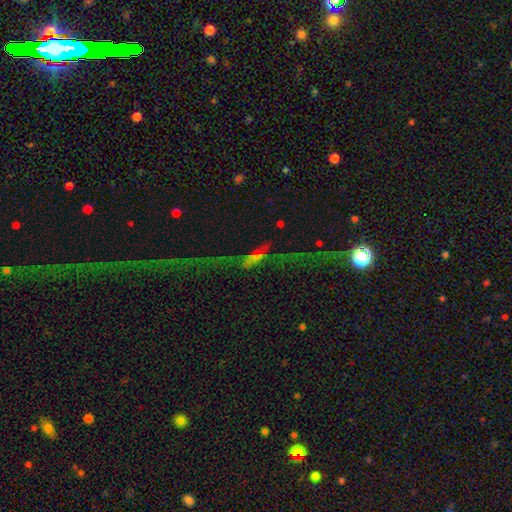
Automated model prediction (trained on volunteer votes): A featured or disk galaxy (45%).

Vote fractions:
- Smooth or featured? featured or disk: 45% / star or artifact: 30% / smooth: 25%
- Merging? none: 45% / major disturbance: 27% / minor disturbance: 17% / merger: 12%